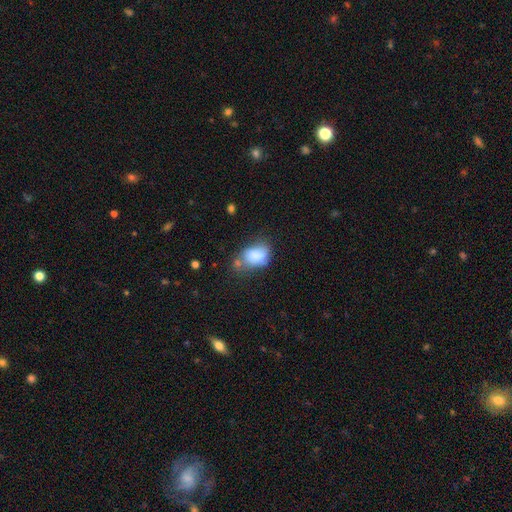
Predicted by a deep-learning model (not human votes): Overall: smooth (81%). How rounded: in between (79%). Merging: none (39%; minor disturbance 31%).